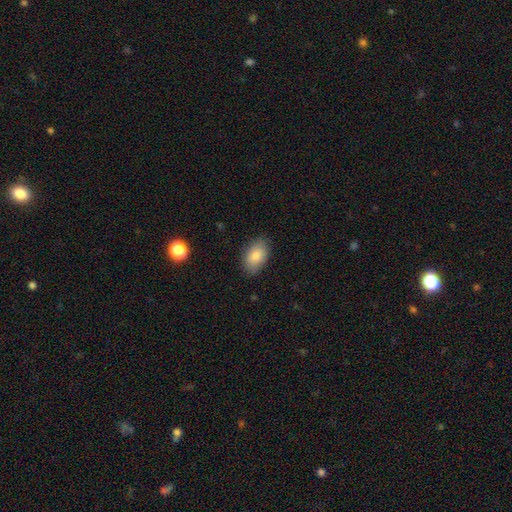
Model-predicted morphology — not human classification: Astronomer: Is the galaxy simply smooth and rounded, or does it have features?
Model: smooth — 85%.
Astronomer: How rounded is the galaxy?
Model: in between — 93%.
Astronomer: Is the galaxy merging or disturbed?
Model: none — 83%.